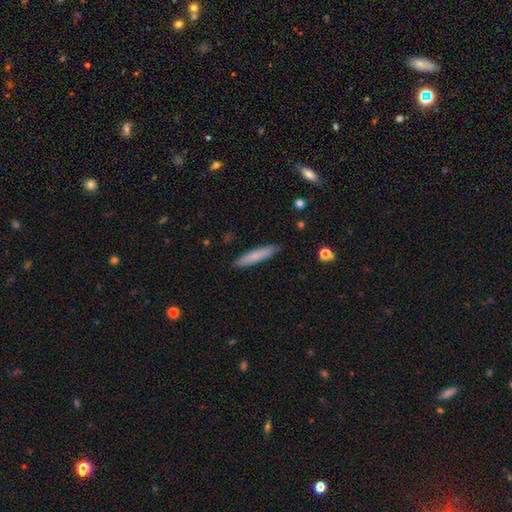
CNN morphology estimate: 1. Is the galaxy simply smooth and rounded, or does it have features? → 75% smooth, 19% featured or disk, 6% star or artifact.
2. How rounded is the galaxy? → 91% cigar-shaped, 7% in between, 1% round.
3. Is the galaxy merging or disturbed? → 90% none, 8% minor disturbance, 1% major disturbance, 1% merger.